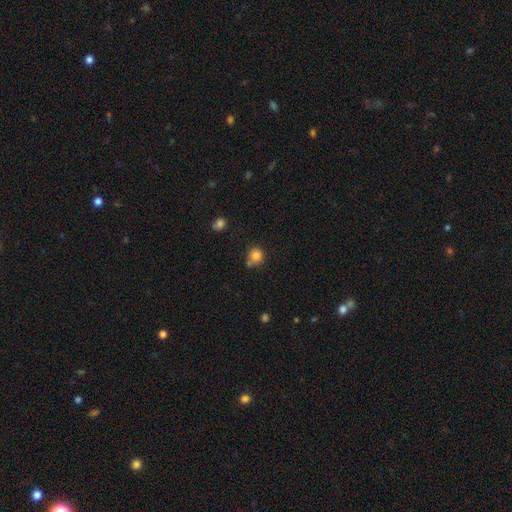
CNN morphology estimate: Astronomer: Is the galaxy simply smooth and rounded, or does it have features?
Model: smooth — 82%.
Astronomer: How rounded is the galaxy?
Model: round — 89%.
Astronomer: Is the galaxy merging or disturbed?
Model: none — 65%.